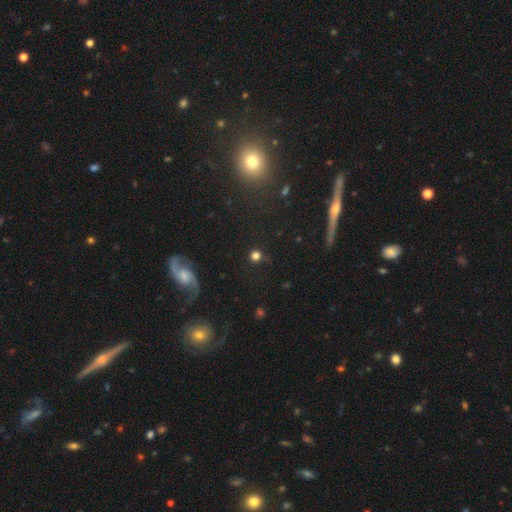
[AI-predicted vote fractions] Smooth or featured?
  - smooth: 72% *
  - star or artifact: 18%
  - featured or disk: 10%
How rounded?
  - round: 93% *
  - in between: 6%
  - cigar-shaped: 1%
Merging?
  - none: 83% *
  - minor disturbance: 9%
  - major disturbance: 5%
  - merger: 3%